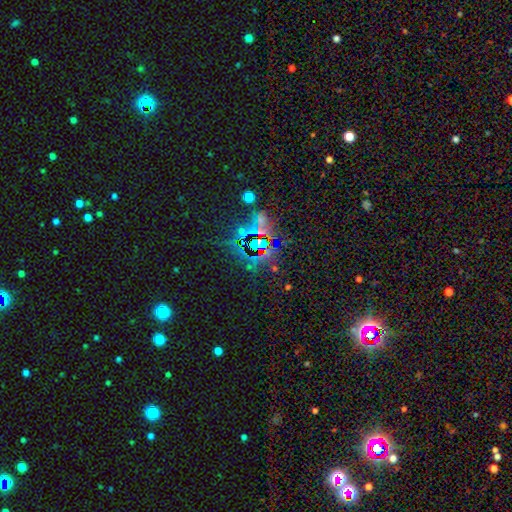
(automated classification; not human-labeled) Q: Smooth or featured?
A: star or artifact (78%); runner-up: smooth (13%)